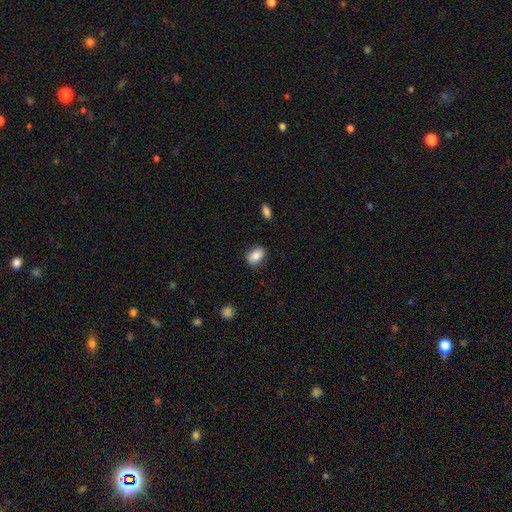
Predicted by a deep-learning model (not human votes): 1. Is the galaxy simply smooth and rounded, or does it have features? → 84% smooth, 8% featured or disk, 8% star or artifact.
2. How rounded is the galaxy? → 83% in between, 16% round, 2% cigar-shaped.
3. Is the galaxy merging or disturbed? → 83% none, 13% minor disturbance, 3% major disturbance, 2% merger.